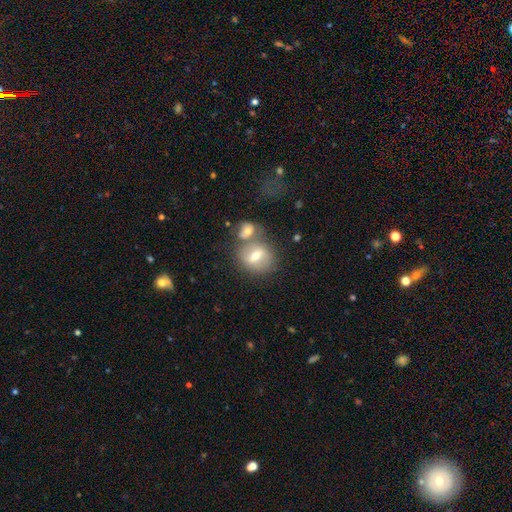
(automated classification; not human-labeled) Overall: smooth (53%; featured or disk 37%). How rounded: round (66%; in between 33%). Merging: none (47%; merger 38%).